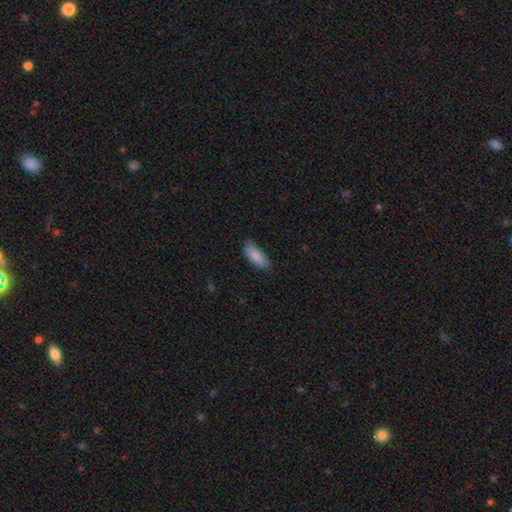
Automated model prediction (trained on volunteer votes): A smooth galaxy with no disk features (87%) that is in between round and cigar-shaped (70%). Merging: none (83%).